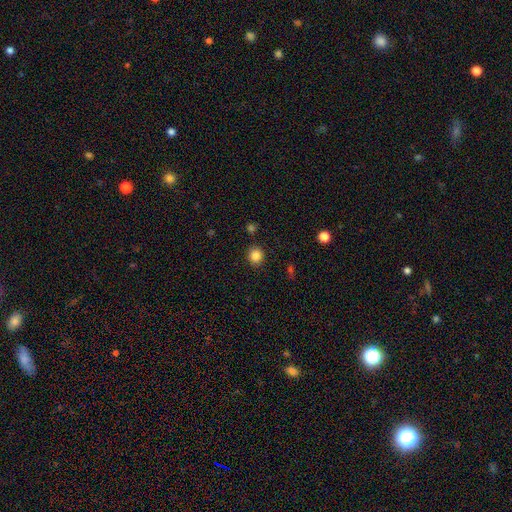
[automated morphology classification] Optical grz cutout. It shows a smooth galaxy with no disk features (85%) that is round (89%). Merging: none (89%).